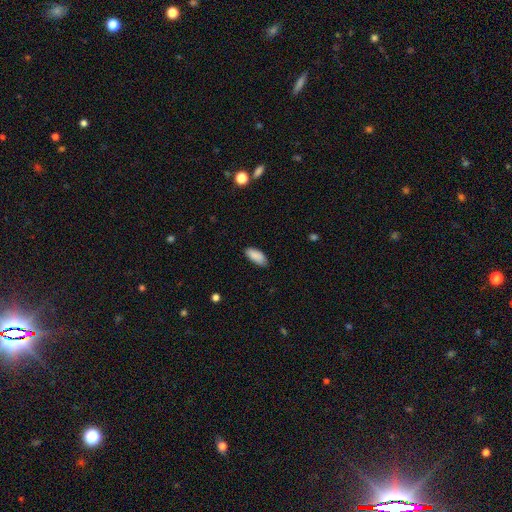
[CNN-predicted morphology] Smooth or featured?
  - smooth: 89% *
  - star or artifact: 7%
  - featured or disk: 4%
How rounded?
  - in between: 88% *
  - cigar-shaped: 10%
  - round: 2%
Merging?
  - none: 82% *
  - minor disturbance: 15%
  - major disturbance: 2%
  - merger: 1%